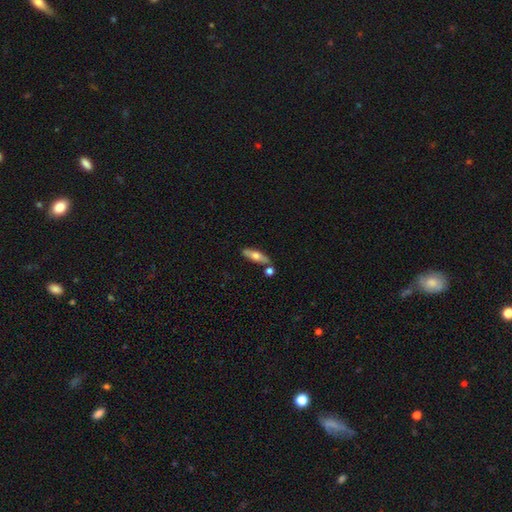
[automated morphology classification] The model was most divided on "how rounded": cigar-shaped: 55%, in between: 42%, round: 3%. More confident: merging — none (76%); smooth or featured — smooth (55%).